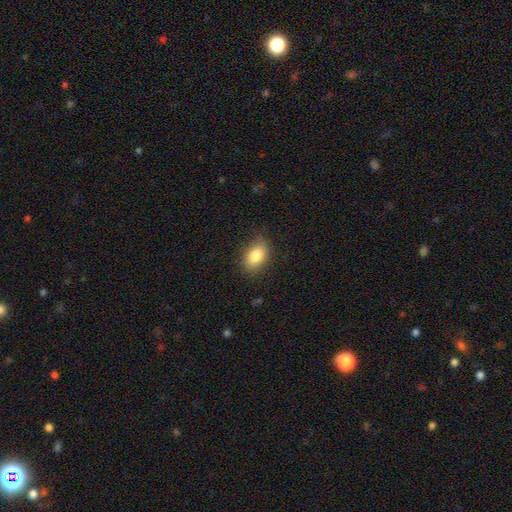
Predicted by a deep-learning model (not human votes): Smooth or featured?
  - smooth: 83% *
  - featured or disk: 9%
  - star or artifact: 7%
How rounded?
  - in between: 86% *
  - round: 12%
  - cigar-shaped: 2%
Merging?
  - none: 79% *
  - minor disturbance: 16%
  - major disturbance: 4%
  - merger: 1%